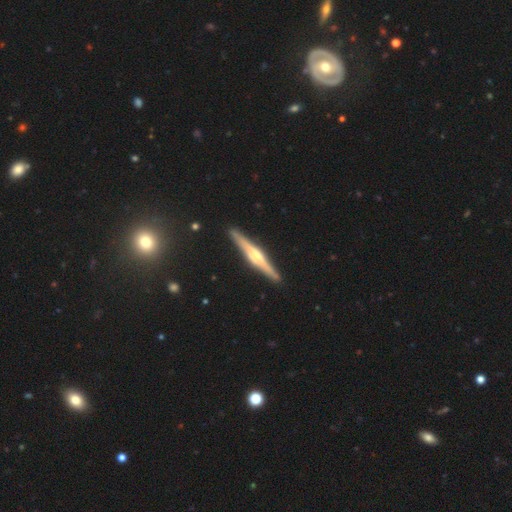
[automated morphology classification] This is likely a featured or disk galaxy (79%). It is clearly viewed edge-on (98%). Edge-on bulge: likely rounded (75%). Merging: clearly none (91%).